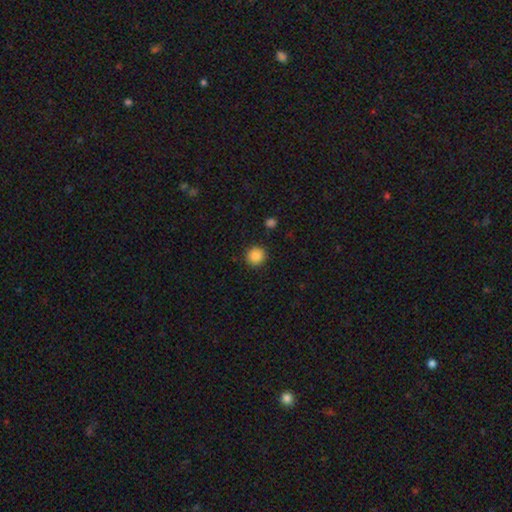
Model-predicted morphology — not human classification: Smooth or featured: smooth — 87% (star or artifact — 10%)
How rounded: round — 93% (in between — 6%)
Merging: none — 90% (minor disturbance — 6%)